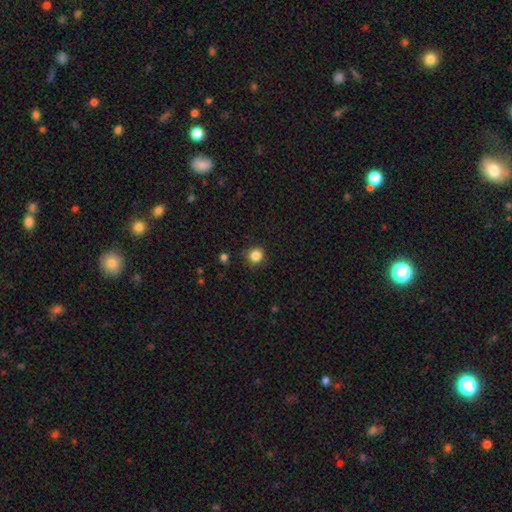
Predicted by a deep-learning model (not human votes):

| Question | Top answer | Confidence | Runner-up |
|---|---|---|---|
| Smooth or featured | smooth | 85% | star or artifact (11%) |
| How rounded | round | 90% | in between (9%) |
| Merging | none | 84% | minor disturbance (12%) |